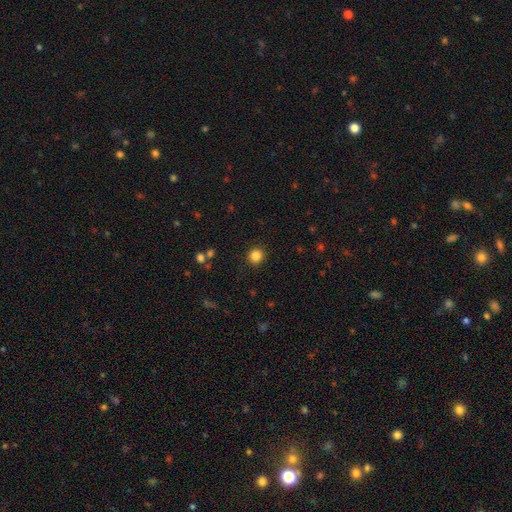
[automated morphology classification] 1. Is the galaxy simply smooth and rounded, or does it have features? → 84% smooth, 12% star or artifact, 4% featured or disk.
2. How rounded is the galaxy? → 93% round, 6% in between, 1% cigar-shaped.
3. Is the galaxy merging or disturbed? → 92% none, 5% minor disturbance, 2% major disturbance, 1% merger.